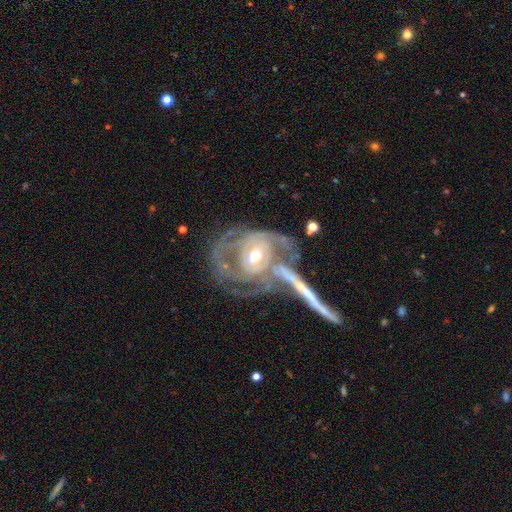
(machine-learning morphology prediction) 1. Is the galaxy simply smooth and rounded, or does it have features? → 83% featured or disk, 11% smooth, 6% star or artifact.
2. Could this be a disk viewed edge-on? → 95% no, 5% yes.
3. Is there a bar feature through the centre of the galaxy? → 46% no, 34% weak, 20% strong.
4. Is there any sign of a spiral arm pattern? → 83% yes, 17% no.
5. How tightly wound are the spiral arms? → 51% tight, 34% medium, 15% loose.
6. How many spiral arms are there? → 37% 2, 35% can't tell, 11% 3, 8% 1, 5% 4, 4% more than 4.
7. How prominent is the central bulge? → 64% moderate, 27% small, 6% large, 1% none, 1% dominant.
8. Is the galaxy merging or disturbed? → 39% merger, 24% none, 23% major disturbance, 13% minor disturbance.